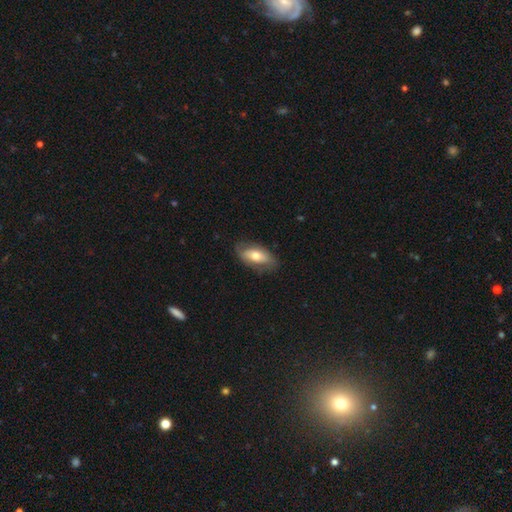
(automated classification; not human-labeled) This appears to be a smooth galaxy with no disk features (61%) that is in between round and cigar-shaped (87%). Merging: none (73%).